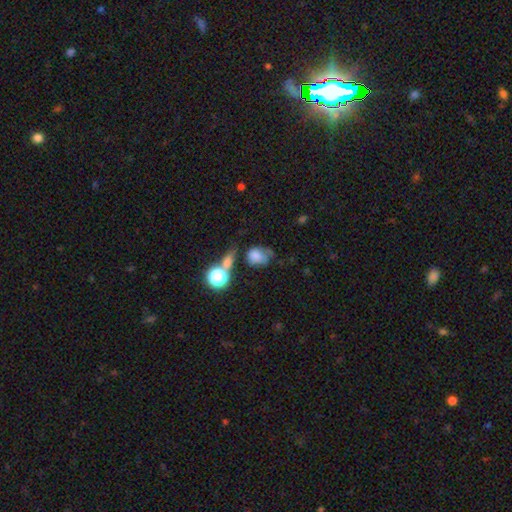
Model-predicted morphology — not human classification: Q: Smooth or featured?
A: smooth (69%); runner-up: featured or disk (17%)
Q: How rounded?
A: round (50%); runner-up: in between (48%)
Q: Merging?
A: none (33%); runner-up: minor disturbance (26%)